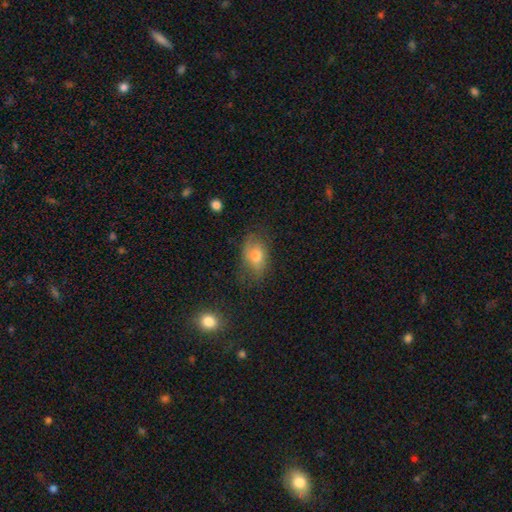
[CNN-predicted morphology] Overall: smooth (70%). How rounded: in between (82%). Merging: none (64%; minor disturbance 25%).